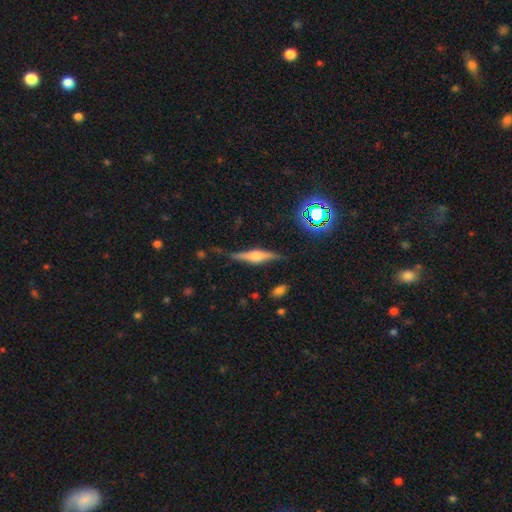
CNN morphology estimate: This is likely a featured or disk galaxy (67%). It is clearly viewed edge-on (95%). Edge-on bulge: likely rounded (79%). Merging: likely none (77%).